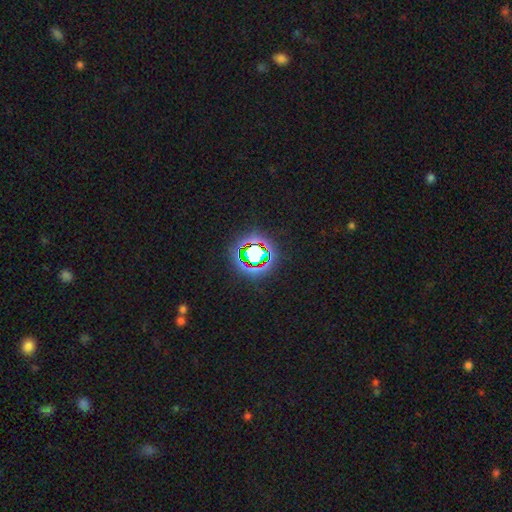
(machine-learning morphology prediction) A star or artifact, not a galaxy (66%).

Vote fractions:
- Smooth or featured? star or artifact: 66% / smooth: 22% / featured or disk: 13%